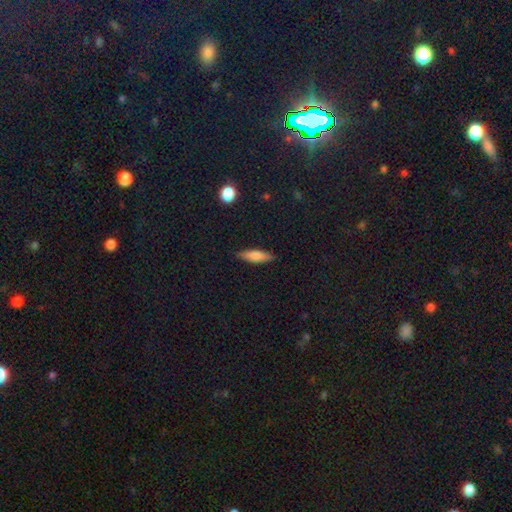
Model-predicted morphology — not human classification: smooth_or_featured: smooth (p=0.73) [alt: featured or disk p=0.20]
how_rounded: cigar-shaped (p=0.60) [alt: in between p=0.38]
merging: none (p=0.86) [alt: minor disturbance p=0.10]